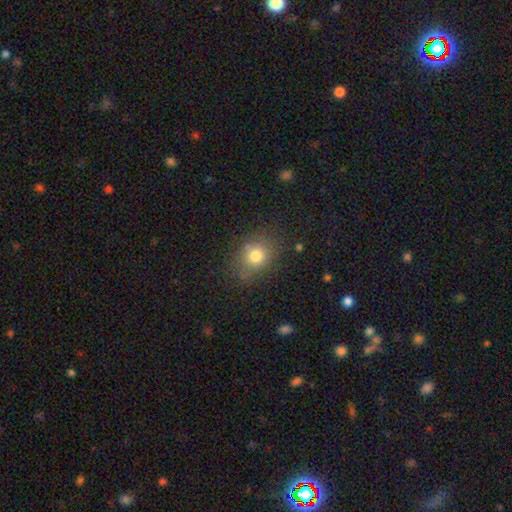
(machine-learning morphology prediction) This is likely a smooth galaxy (77%). How rounded: possibly in between (52%). Merging: likely none (75%).